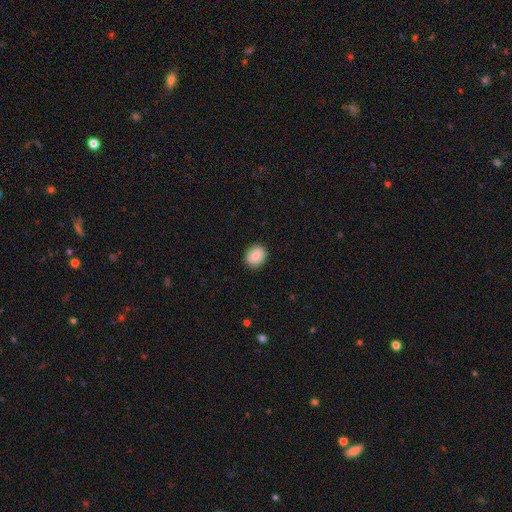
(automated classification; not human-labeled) Smooth or featured? smooth (83%)
How rounded? round (57%)
Merging? none (86%)